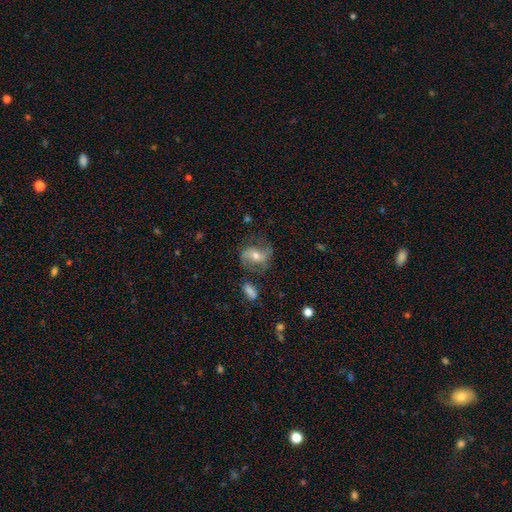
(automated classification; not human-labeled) Smooth or featured: featured or disk — 68% (smooth — 24%)
Edge-on disk: no — 95% (yes — 5%)
Bar: no — 38% (weak — 37%)
Spiral arms: yes — 88% (no — 12%)
Spiral winding: loose — 55% (medium — 34%)
Spiral arm count: 2 — 87% (can't tell — 6%)
Bulge size: moderate — 61% (small — 32%)
Merging: none — 64% (minor disturbance — 20%)